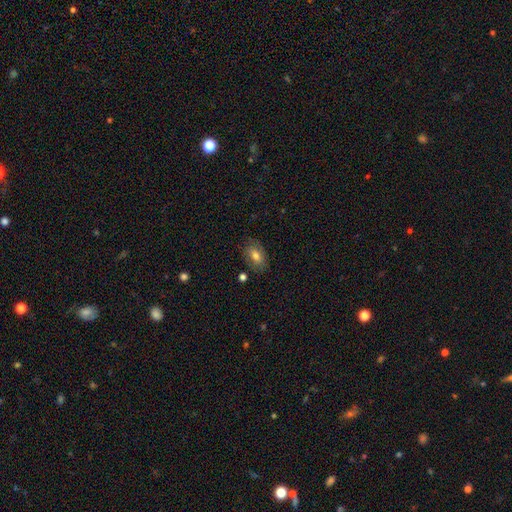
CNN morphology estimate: Smooth or featured?
  - smooth: 69% *
  - featured or disk: 22%
  - star or artifact: 9%
How rounded?
  - in between: 86% *
  - round: 12%
  - cigar-shaped: 2%
Merging?
  - none: 78% *
  - minor disturbance: 15%
  - major disturbance: 4%
  - merger: 3%